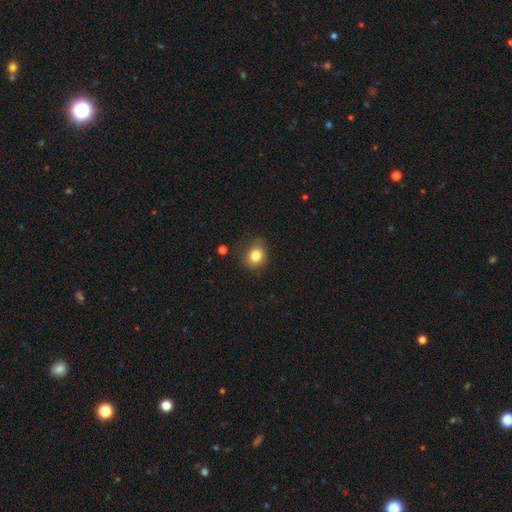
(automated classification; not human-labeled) Overall: smooth (80%). How rounded: round (65%; in between 34%). Merging: none (71%).